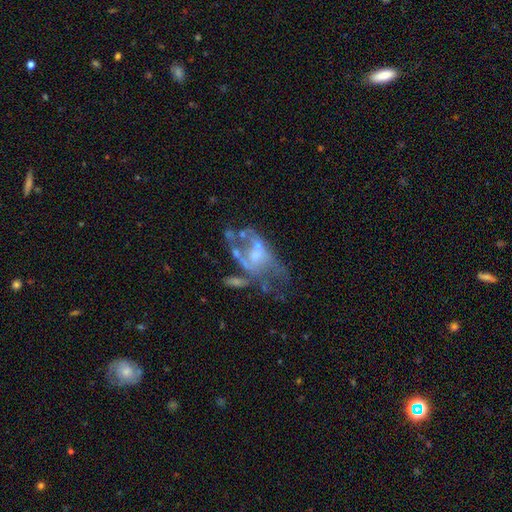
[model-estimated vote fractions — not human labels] The model was most divided on "bulge size": small: 36%, none: 33%, moderate: 26%, large: 3%, dominant: 1%. Remaining: edge-on disk — no (97%); bar — no (78%); smooth or featured — featured or disk (71%); spiral arms — no (68%); merging — major disturbance (35%).